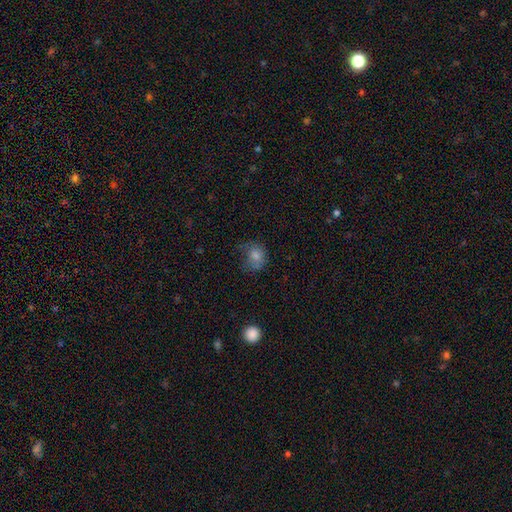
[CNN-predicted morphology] Overall: smooth (69%). How rounded: round (65%; in between 34%). Merging: none (45%; minor disturbance 29%).